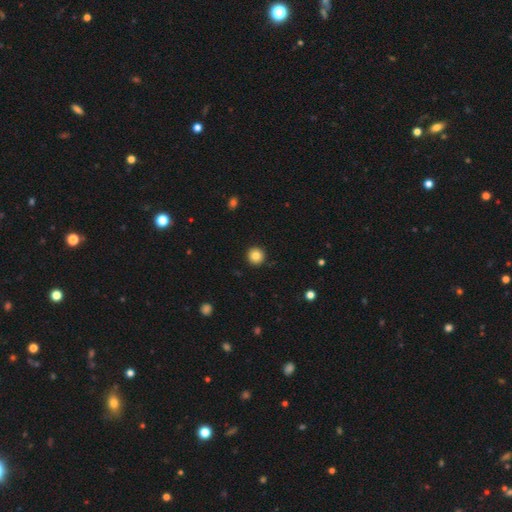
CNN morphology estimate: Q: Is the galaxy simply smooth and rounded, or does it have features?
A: smooth — 84%.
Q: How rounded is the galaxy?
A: round — 95%.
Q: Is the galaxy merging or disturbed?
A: none — 92%.